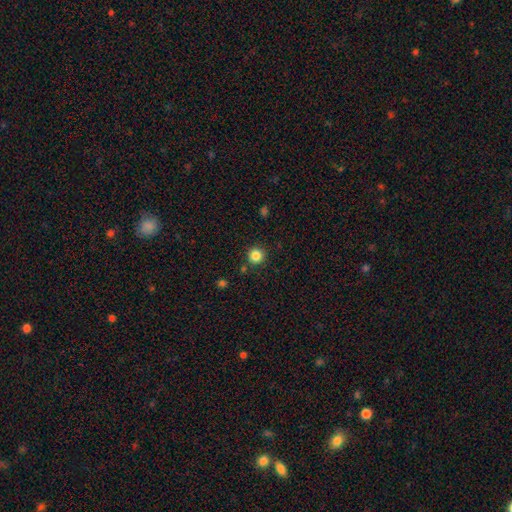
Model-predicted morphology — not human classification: A smooth galaxy with no disk features (84%) that is round (95%).

Vote fractions:
- Smooth or featured? smooth: 84% / star or artifact: 12% / featured or disk: 4%
- How rounded? round: 95% / in between: 4% / cigar-shaped: 1%
- Merging? none: 89% / minor disturbance: 6% / merger: 3% / major disturbance: 2%